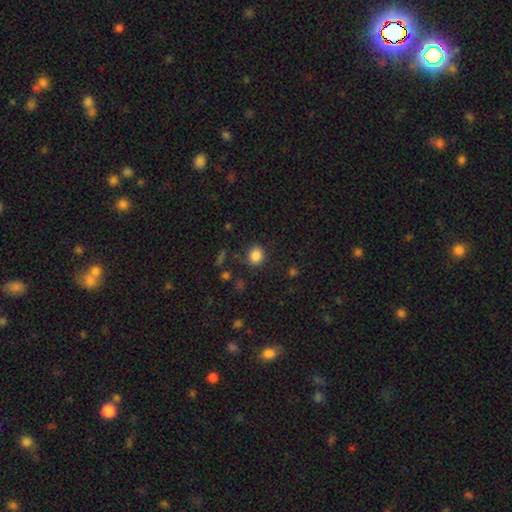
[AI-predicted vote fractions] Smooth or featured? Predicted: smooth (p=0.85). How rounded? Predicted: round (p=0.75). Merging? Predicted: none (p=0.83).